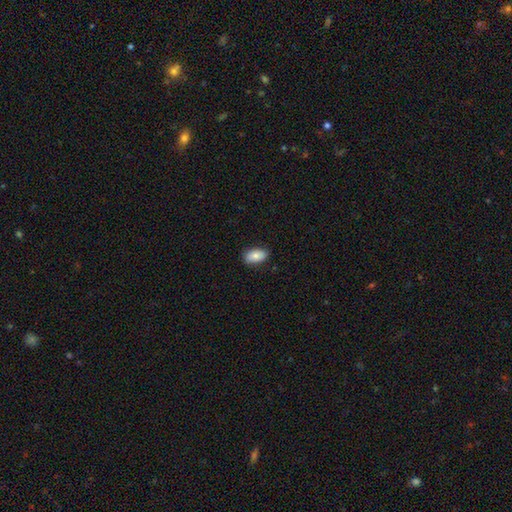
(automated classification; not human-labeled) This is clearly a smooth galaxy (81%). How rounded: clearly in between (93%). Merging: clearly none (84%).